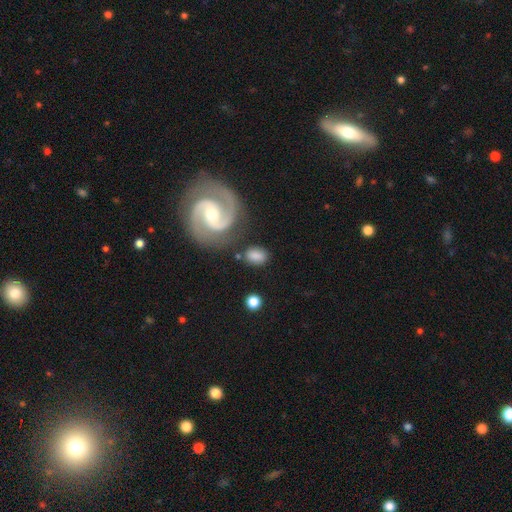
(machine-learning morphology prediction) smooth 66%, featured or disk 26%, star or artifact 8%. Down the decision tree: how rounded — in between (77%); merging — none (67%).